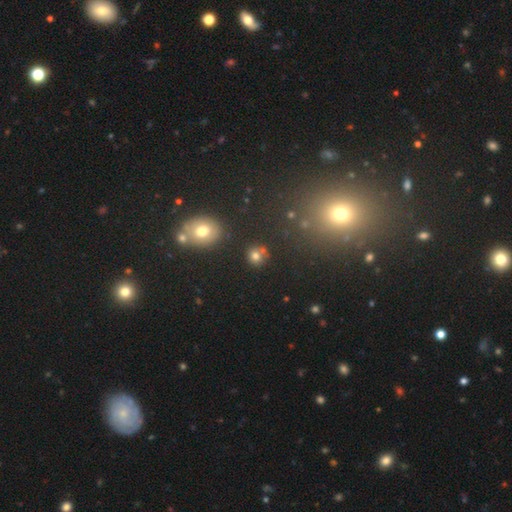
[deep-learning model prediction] Morphology: type=smooth (74%); roundness=round (85%); merging=none (68%).